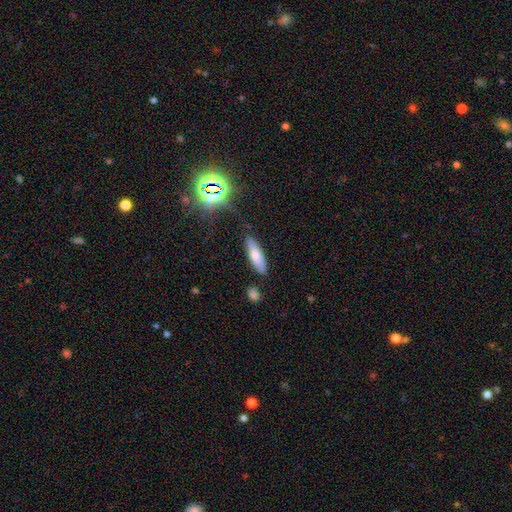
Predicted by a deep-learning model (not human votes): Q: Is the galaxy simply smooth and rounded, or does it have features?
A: smooth — 73%.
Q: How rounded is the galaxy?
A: cigar-shaped — 51%.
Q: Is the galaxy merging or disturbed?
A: none — 82%.